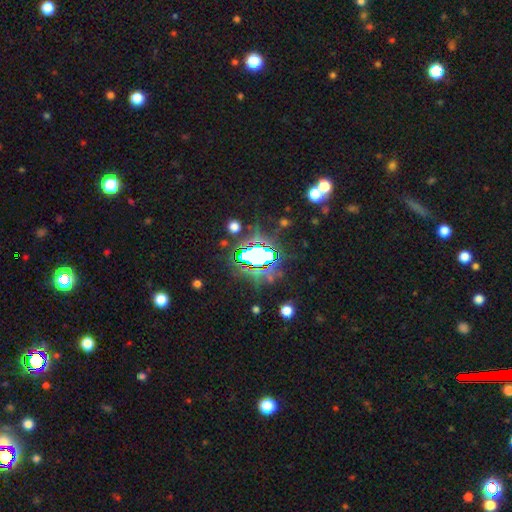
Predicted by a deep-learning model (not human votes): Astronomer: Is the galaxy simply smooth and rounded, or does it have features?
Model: star or artifact — 71%.